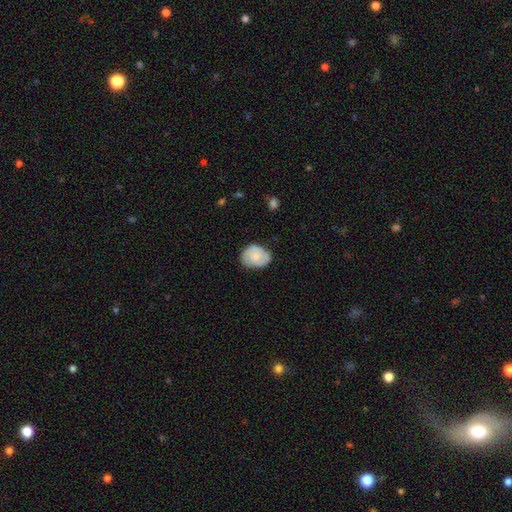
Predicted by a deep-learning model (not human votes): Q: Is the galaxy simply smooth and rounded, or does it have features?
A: smooth — 50%.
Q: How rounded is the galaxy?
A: in between — 56%.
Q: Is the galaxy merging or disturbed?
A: none — 68%.